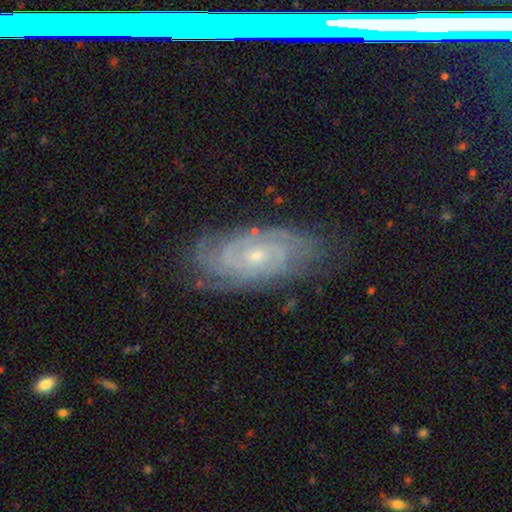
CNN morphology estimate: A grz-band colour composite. It shows a featured or disk galaxy (86%) with no bar (71%), tight (75%) spiral arms (97%) and a small central bulge (71%). Merging: none (78%).